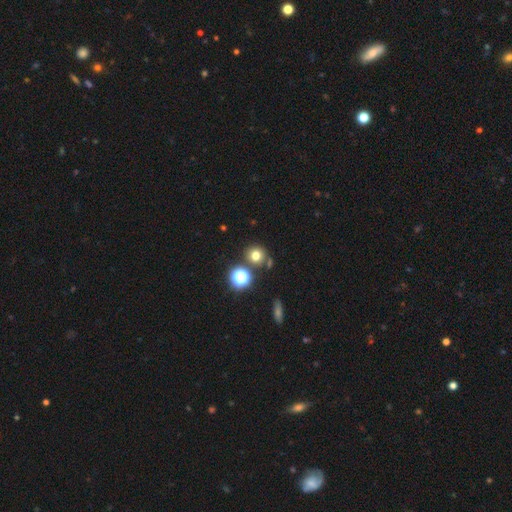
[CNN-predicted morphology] The model was most divided on "smooth or featured": smooth: 72%, star or artifact: 20%, featured or disk: 8%. More confident: how rounded — round (87%); merging — none (77%).